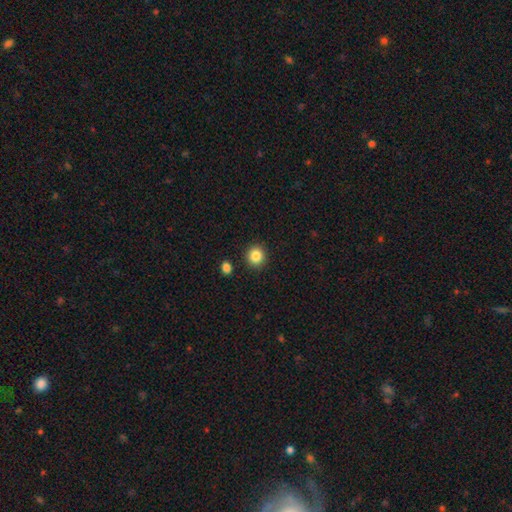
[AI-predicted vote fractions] Overall: smooth (85%). How rounded: round (88%). Merging: none (89%).